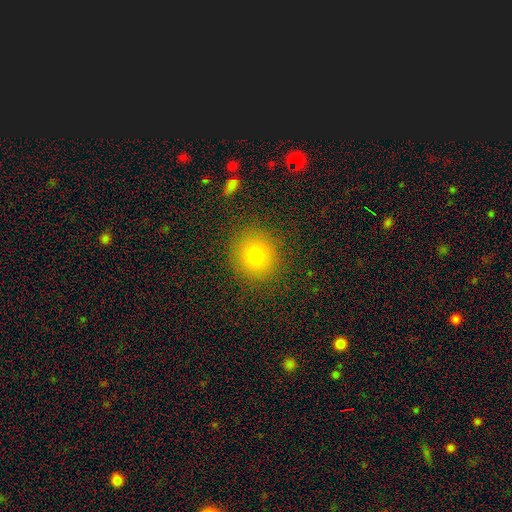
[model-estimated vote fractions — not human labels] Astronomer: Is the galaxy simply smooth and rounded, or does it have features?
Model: smooth — 77%.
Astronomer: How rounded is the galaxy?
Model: round — 90%.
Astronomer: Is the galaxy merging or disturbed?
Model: none — 88%.